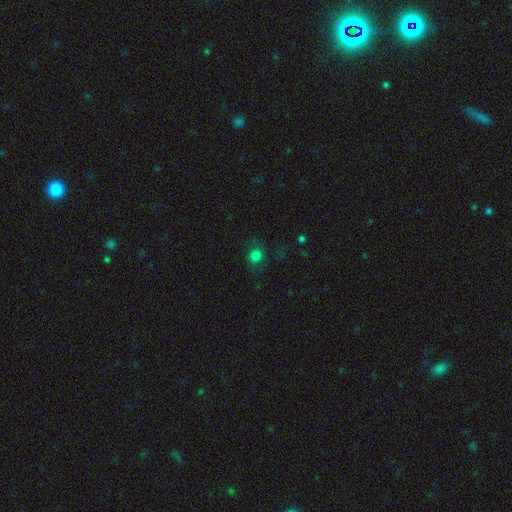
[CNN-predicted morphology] Smooth or featured? smooth (75%)
How rounded? round (85%)
Merging? none (77%)